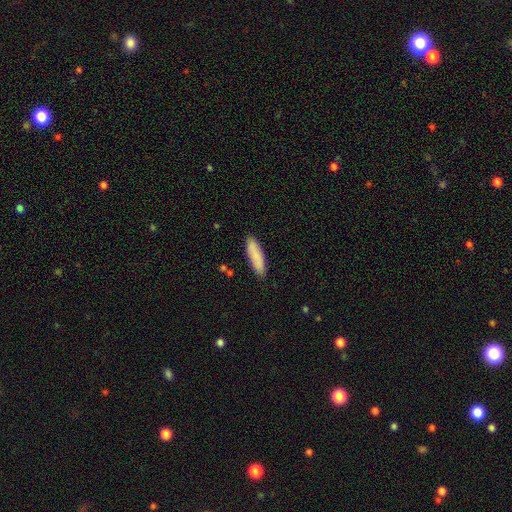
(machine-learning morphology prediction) A smooth galaxy with no disk features (85%) that is cigar-shaped (60%).

Vote fractions:
- Smooth or featured? smooth: 85% / featured or disk: 9% / star or artifact: 6%
- How rounded? cigar-shaped: 60% / in between: 38% / round: 2%
- Merging? none: 87% / minor disturbance: 10% / major disturbance: 2% / merger: 1%